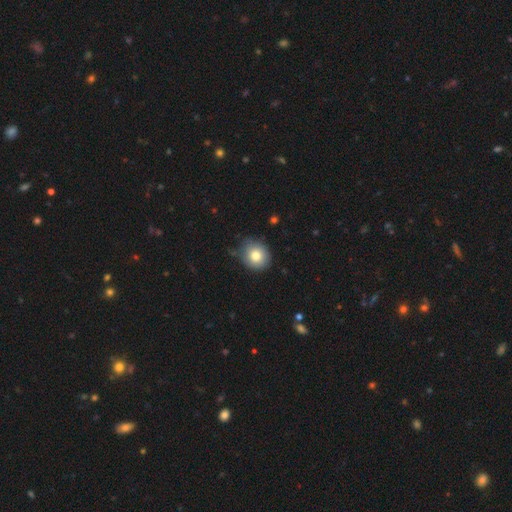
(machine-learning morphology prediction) Smooth or featured?
  - smooth: 79% *
  - featured or disk: 11%
  - star or artifact: 10%
How rounded?
  - round: 82% *
  - in between: 17%
  - cigar-shaped: 1%
Merging?
  - none: 77% *
  - minor disturbance: 18%
  - major disturbance: 3%
  - merger: 2%